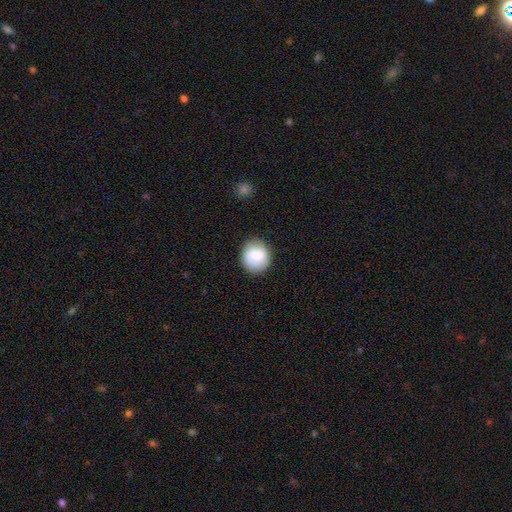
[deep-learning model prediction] This appears to be a smooth galaxy with no disk features (81%) that is round (87%). Merging: none (81%).